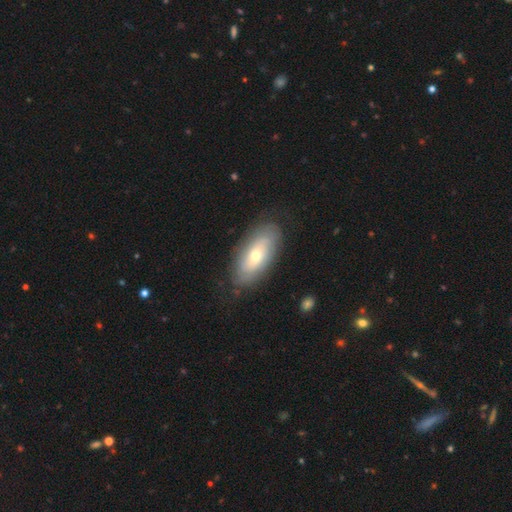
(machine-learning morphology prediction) This is possibly a smooth galaxy (49%). Merging: likely none (79%).